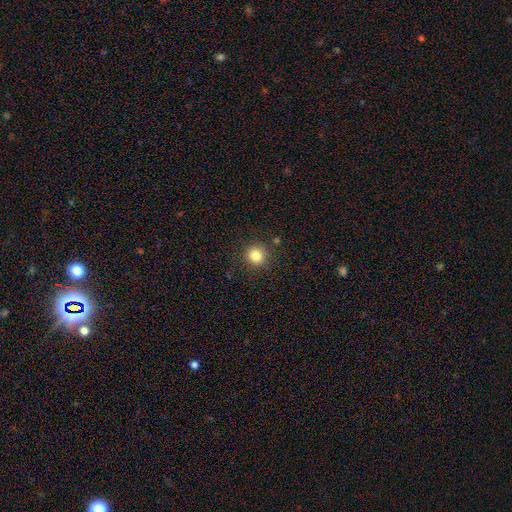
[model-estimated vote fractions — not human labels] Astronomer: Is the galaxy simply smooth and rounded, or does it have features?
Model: smooth — 83%.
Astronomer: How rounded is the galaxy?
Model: round — 92%.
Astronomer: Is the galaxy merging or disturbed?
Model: none — 89%.